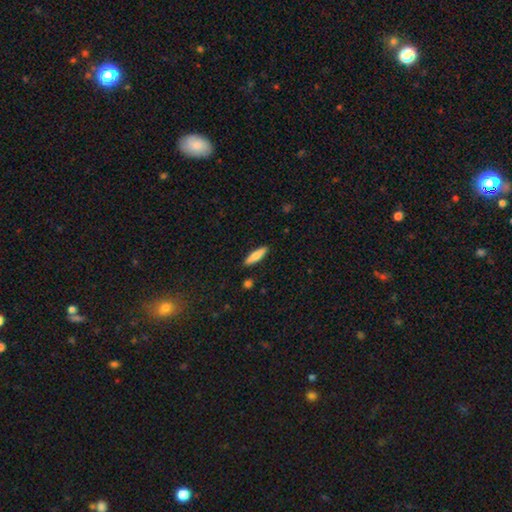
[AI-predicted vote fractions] This is likely a smooth galaxy (73%). How rounded: likely cigar-shaped (71%). Merging: clearly none (89%).